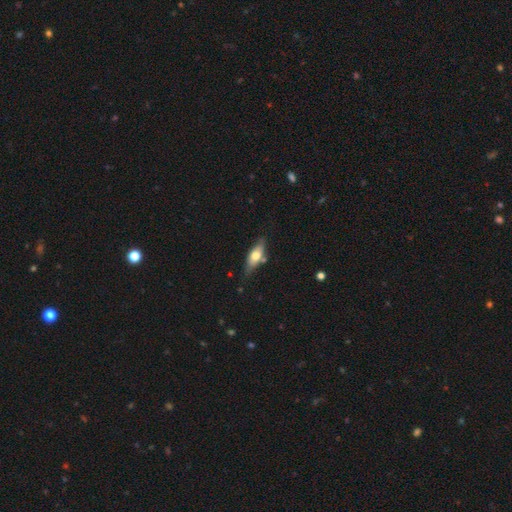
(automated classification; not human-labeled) This appears to be a smooth galaxy with no disk features (55%) that is in between round and cigar-shaped (67%). Merging: none (68%).